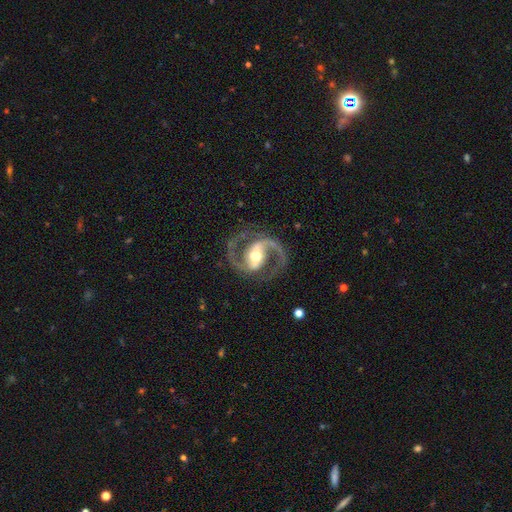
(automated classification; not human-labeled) featured or disk 94%, star or artifact 4%, smooth 3%. Down the decision tree: edge-on disk — no (98%); bar — strong (48%); spiral arms — yes (98%); spiral arm count — 2 (95%); spiral winding — medium (69%); bulge size — moderate (69%); merging — none (83%).